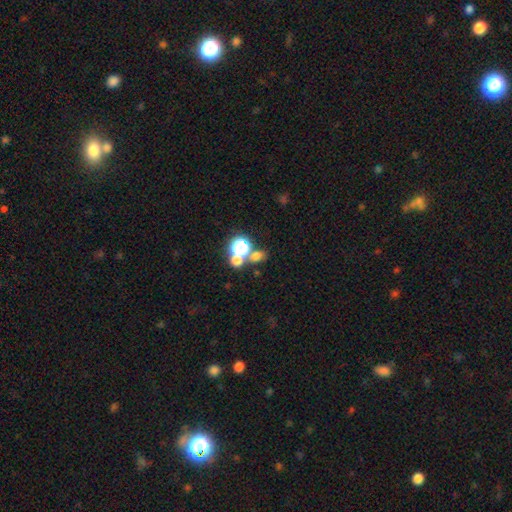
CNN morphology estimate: This is likely a smooth galaxy (62%). How rounded: likely round (61%). Merging: possibly none (55%).